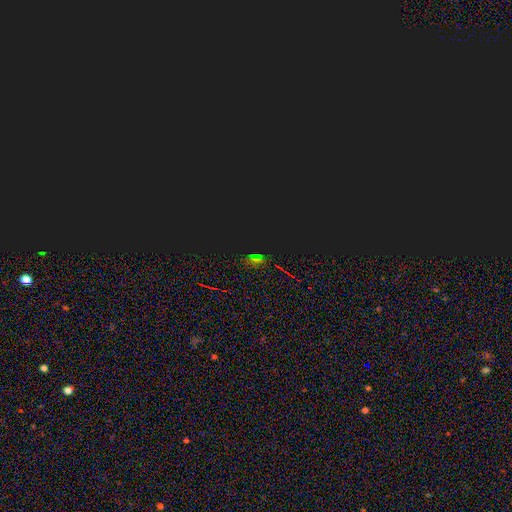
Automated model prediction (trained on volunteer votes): Smooth or featured?
  - star or artifact: 76% *
  - smooth: 16%
  - featured or disk: 8%